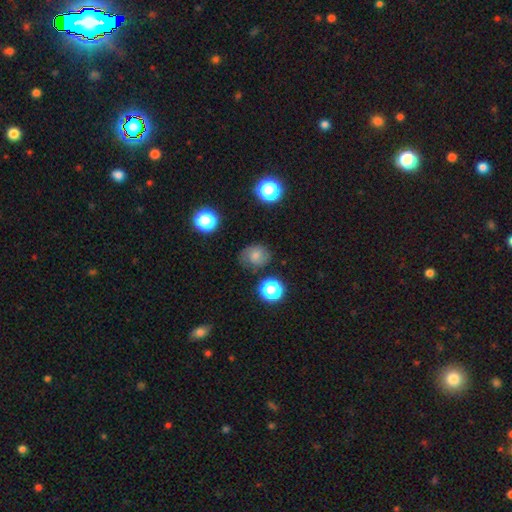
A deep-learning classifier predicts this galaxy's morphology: Smooth or featured: smooth — 56% (featured or disk — 28%)
How rounded: round — 65% (in between — 34%)
Merging: none — 68% (minor disturbance — 21%)